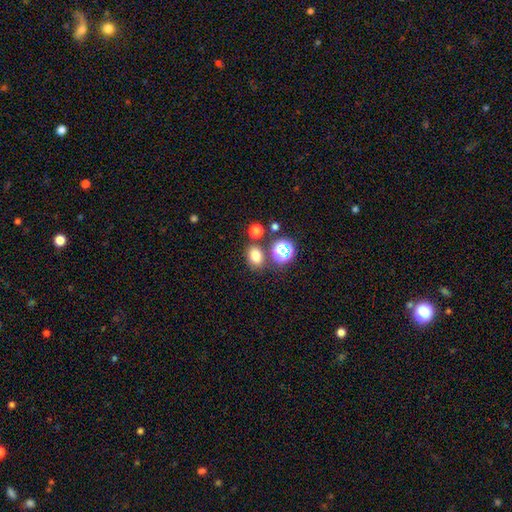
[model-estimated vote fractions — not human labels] Morphology: type=smooth (75%); roundness=in between (59%); merging=none (72%).